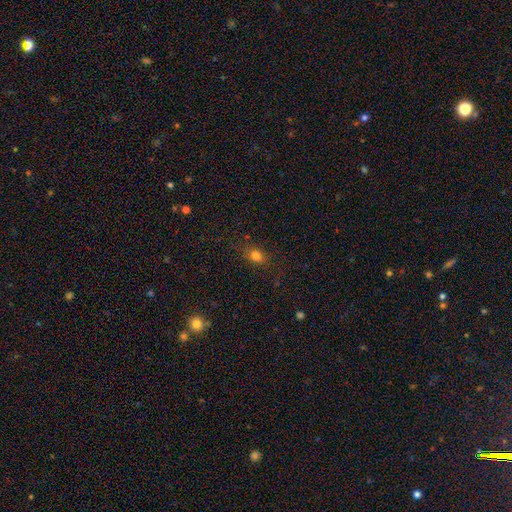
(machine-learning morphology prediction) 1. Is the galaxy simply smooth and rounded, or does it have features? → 78% smooth, 15% star or artifact, 7% featured or disk.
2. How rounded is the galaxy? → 55% in between, 43% round, 2% cigar-shaped.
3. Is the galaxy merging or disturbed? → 81% none, 14% minor disturbance, 4% major disturbance, 2% merger.